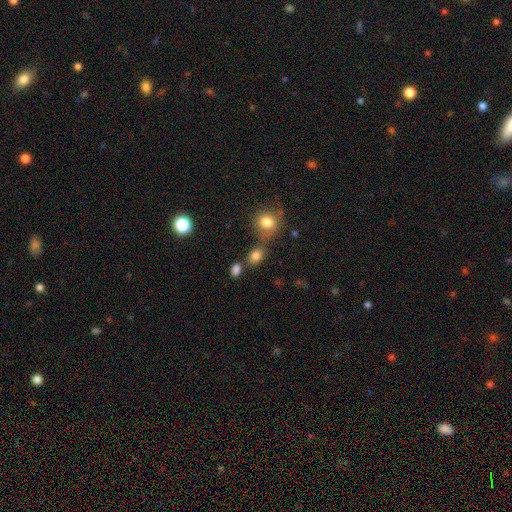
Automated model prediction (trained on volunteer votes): This is clearly a smooth galaxy (81%). How rounded: possibly in between (58%). Merging: likely none (64%).